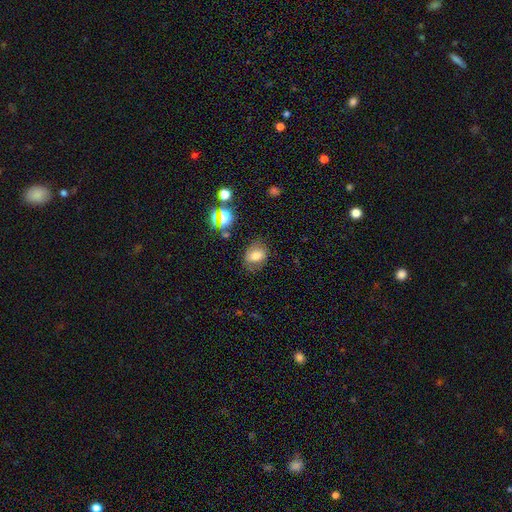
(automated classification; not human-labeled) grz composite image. It shows a smooth galaxy with no disk features (64%) that is in between round and cigar-shaped (62%). Merging: none (75%).